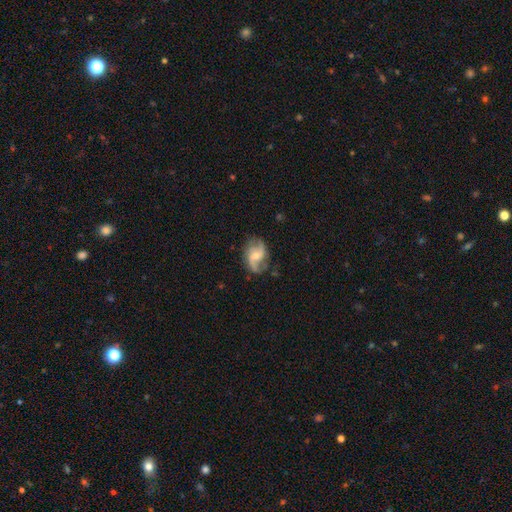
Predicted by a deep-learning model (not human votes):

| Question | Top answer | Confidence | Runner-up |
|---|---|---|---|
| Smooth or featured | featured or disk | 81% | smooth (13%) |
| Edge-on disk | no | 97% | yes (3%) |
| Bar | weak | 45% | no (44%) |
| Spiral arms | yes | 95% | no (5%) |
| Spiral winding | loose | 52% | medium (37%) |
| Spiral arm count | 2 | 83% | can't tell (6%) |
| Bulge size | small | 46% | tied: moderate (46%) |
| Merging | none | 69% | minor disturbance (20%) |